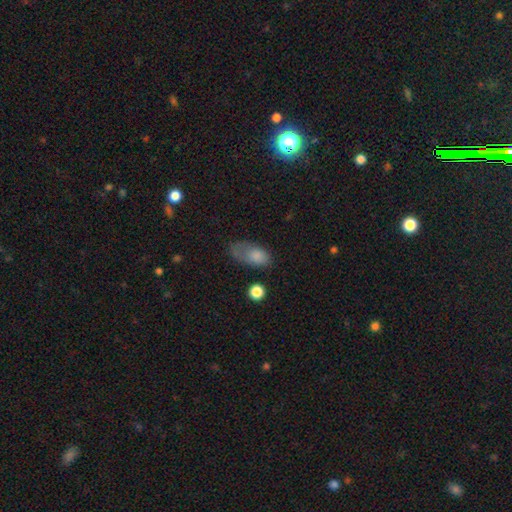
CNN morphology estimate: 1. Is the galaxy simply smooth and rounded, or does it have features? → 77% smooth, 14% featured or disk, 10% star or artifact.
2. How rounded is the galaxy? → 87% in between, 7% round, 5% cigar-shaped.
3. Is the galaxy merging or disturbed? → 36% none, 33% minor disturbance, 27% major disturbance, 4% merger.